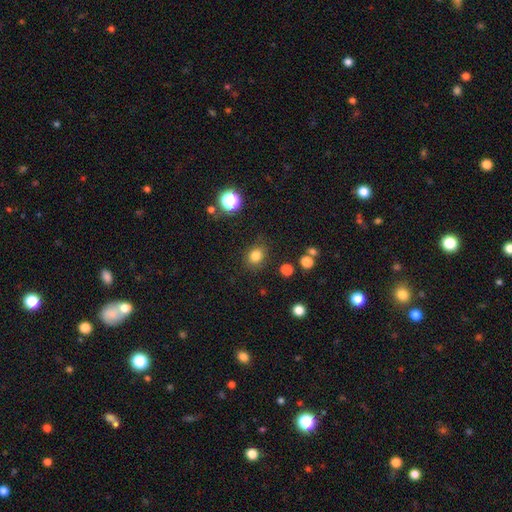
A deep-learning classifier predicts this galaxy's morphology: smooth-or-featured: smooth: 81% | star or artifact: 13% | featured or disk: 6%
  how-rounded: round: 65% | in between: 35% | cigar-shaped: 1%
  merging: none: 83% | minor disturbance: 11% | major disturbance: 4% | merger: 2%